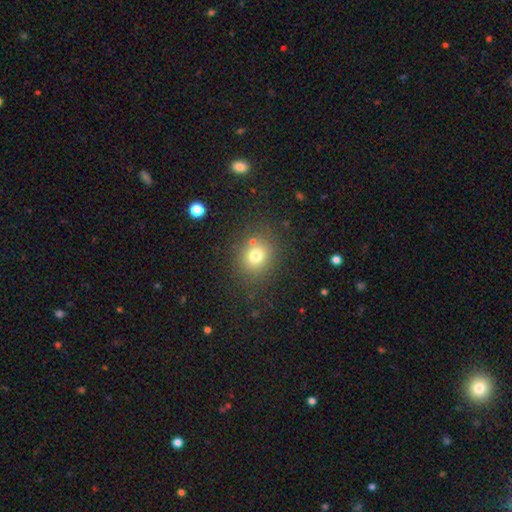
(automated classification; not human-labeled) Smooth or featured?
  - smooth: 75% *
  - star or artifact: 15%
  - featured or disk: 10%
How rounded?
  - round: 74% *
  - in between: 25%
  - cigar-shaped: 1%
Merging?
  - none: 79% *
  - minor disturbance: 11%
  - merger: 6%
  - major disturbance: 5%